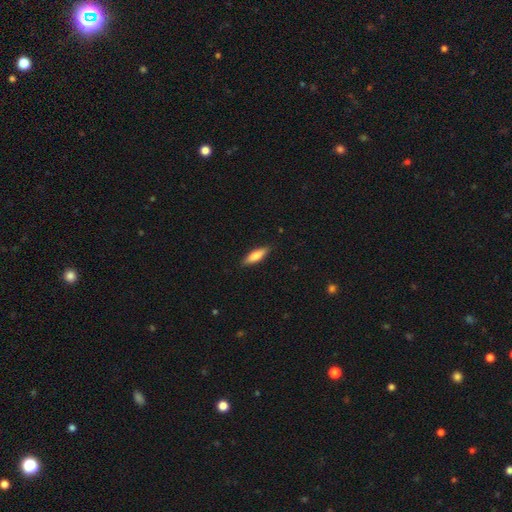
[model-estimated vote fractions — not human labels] Overall: smooth (76%). How rounded: in between (49%, tied with cigar-shaped). Merging: none (87%).